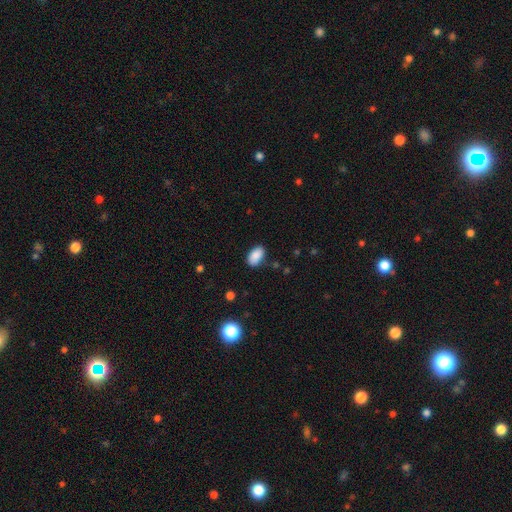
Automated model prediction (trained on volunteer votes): Morphology: type=smooth (88%); roundness=in between (93%); merging=none (84%).